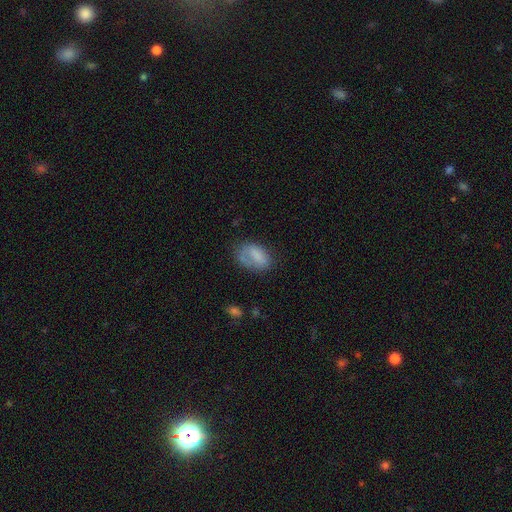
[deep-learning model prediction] Q: Smooth or featured?
A: smooth (71%); runner-up: featured or disk (20%)
Q: How rounded?
A: in between (87%); runner-up: round (11%)
Q: Merging?
A: none (47%); runner-up: minor disturbance (28%)